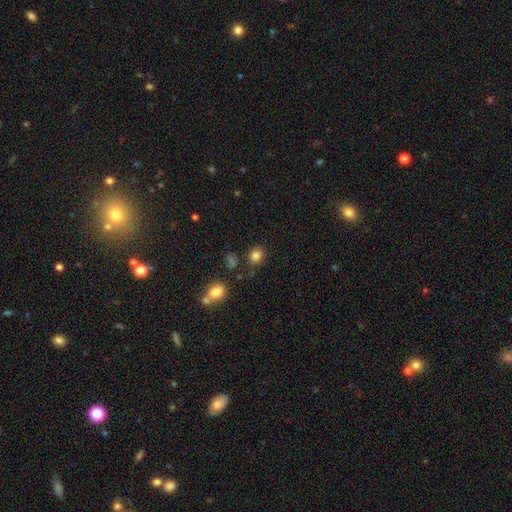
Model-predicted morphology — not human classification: smooth_or_featured: smooth (p=0.83) [alt: star or artifact p=0.12]
how_rounded: round (p=0.72) [alt: in between p=0.27]
merging: none (p=0.80) [alt: minor disturbance p=0.11]